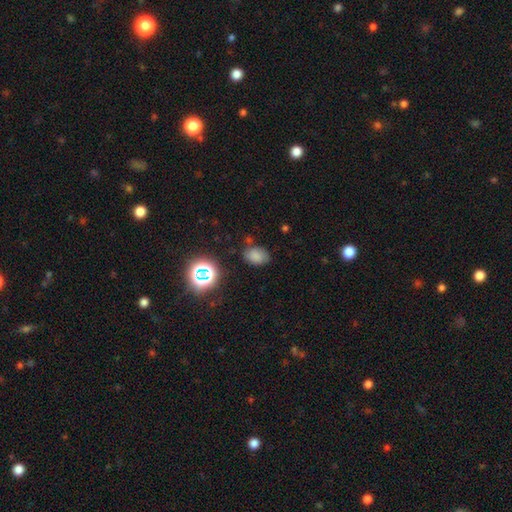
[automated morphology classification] This is likely a smooth galaxy (74%). How rounded: likely in between (74%). Merging: likely none (72%).